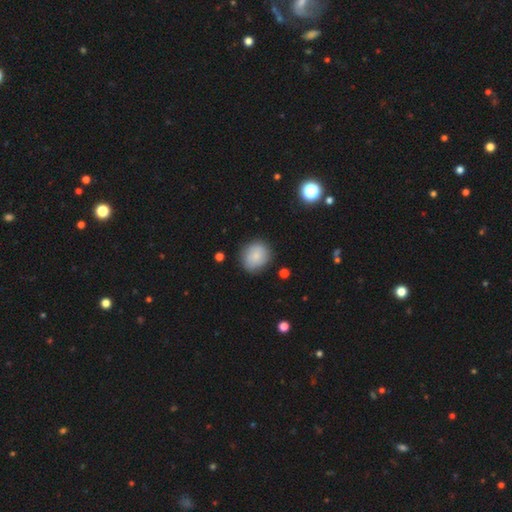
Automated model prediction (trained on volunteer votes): smooth-or-featured: smooth: 80% | featured or disk: 12% | star or artifact: 8%
  how-rounded: round: 77% | in between: 22% | cigar-shaped: 1%
  merging: none: 79% | minor disturbance: 16% | major disturbance: 4% | merger: 2%